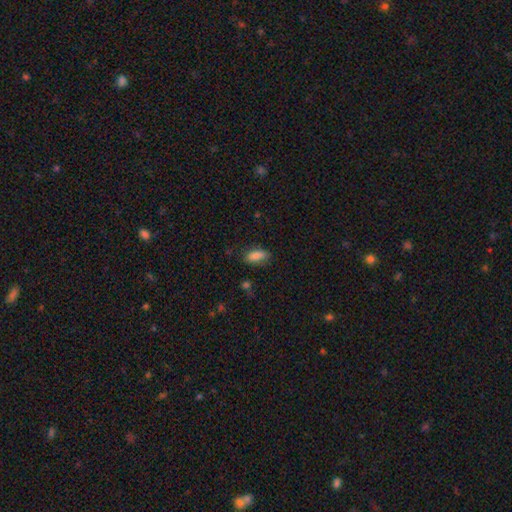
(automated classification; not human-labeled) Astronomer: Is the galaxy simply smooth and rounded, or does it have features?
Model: smooth — 84%.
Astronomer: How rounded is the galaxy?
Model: in between — 83%.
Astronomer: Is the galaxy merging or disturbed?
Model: none — 81%.